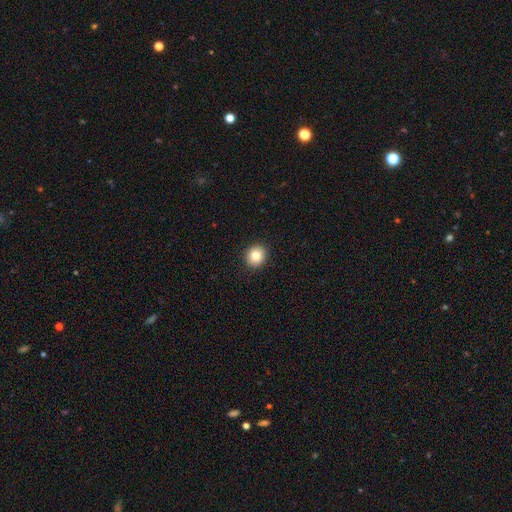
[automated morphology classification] Smooth or featured: smooth — 82% (star or artifact — 10%)
How rounded: round — 83% (in between — 16%)
Merging: none — 92% (minor disturbance — 5%)